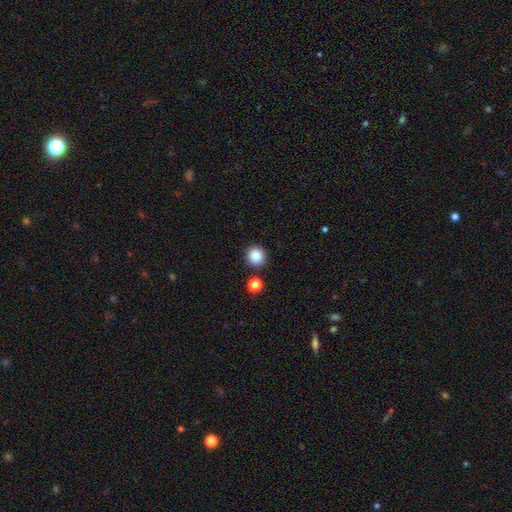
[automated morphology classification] smooth-or-featured: smooth: 86% | star or artifact: 10% | featured or disk: 4%
  how-rounded: round: 92% | in between: 7% | cigar-shaped: 1%
  merging: none: 87% | minor disturbance: 7% | merger: 4% | major disturbance: 2%